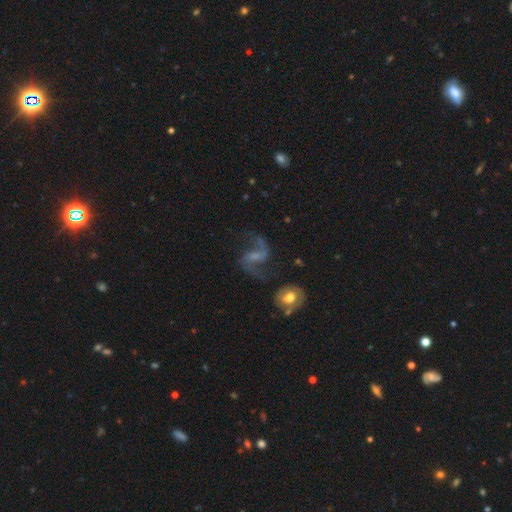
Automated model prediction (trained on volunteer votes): Q: Smooth or featured?
A: featured or disk (87%); runner-up: smooth (7%)
Q: Edge-on disk?
A: no (98%); runner-up: yes (2%)
Q: Bar?
A: weak (51%); runner-up: no (27%)
Q: Spiral arms?
A: yes (96%); runner-up: no (4%)
Q: Spiral winding?
A: loose (71%); runner-up: medium (25%)
Q: Spiral arm count?
A: 2 (92%); runner-up: 1 (3%)
Q: Bulge size?
A: small (43%); runner-up: none (30%)
Q: Merging?
A: none (67%); runner-up: minor disturbance (16%)